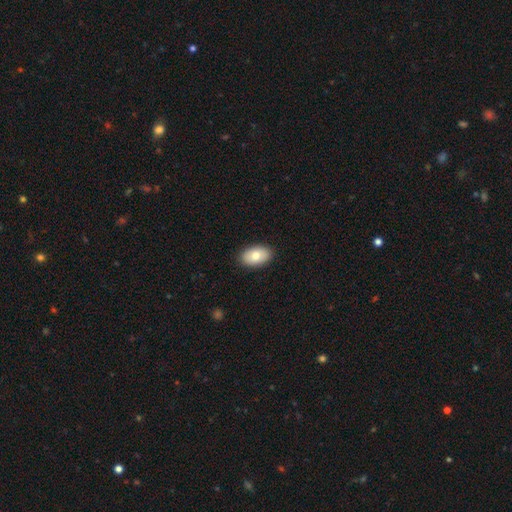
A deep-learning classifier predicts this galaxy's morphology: Smooth or featured: smooth — 79% (featured or disk — 14%)
How rounded: in between — 93% (round — 6%)
Merging: none — 90% (minor disturbance — 8%)